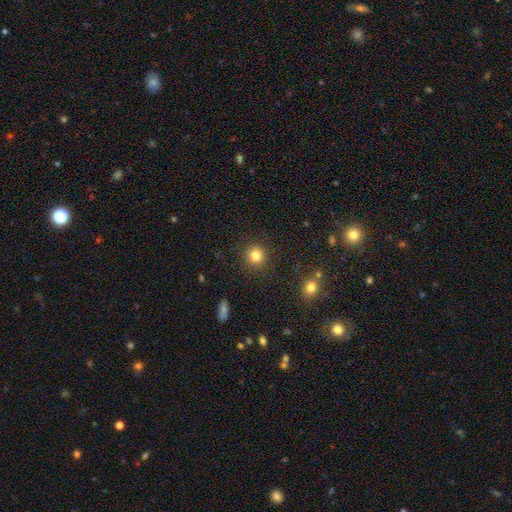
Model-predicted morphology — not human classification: Smooth or featured? Predicted: smooth (p=0.82). How rounded? Predicted: round (p=0.92). Merging? Predicted: none (p=0.90).